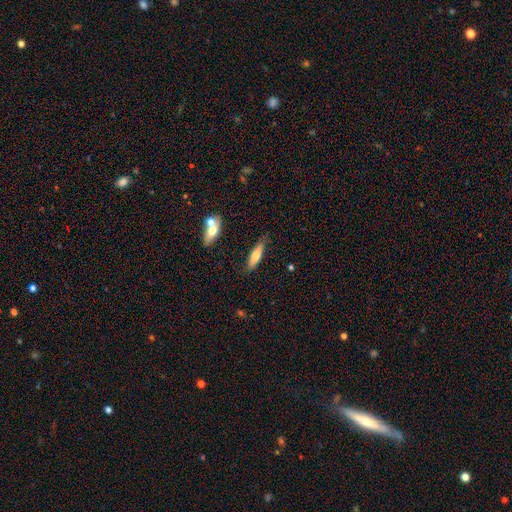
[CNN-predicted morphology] smooth-or-featured: smooth: 66% | featured or disk: 28% | star or artifact: 6%
  how-rounded: cigar-shaped: 61% | in between: 37% | round: 2%
  merging: none: 77% | minor disturbance: 15% | merger: 4% | major disturbance: 3%